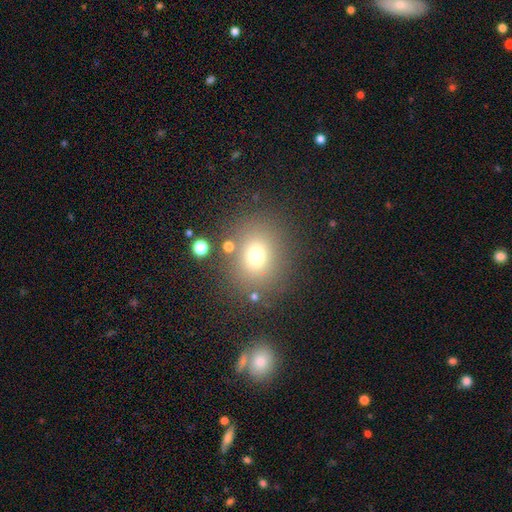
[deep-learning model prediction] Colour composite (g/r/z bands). It shows a smooth galaxy with no disk features (71%) that is round (75%). Merging: none (79%).